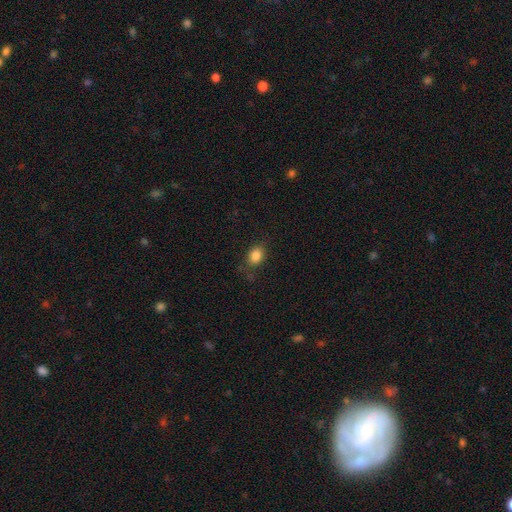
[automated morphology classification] Smooth or featured? smooth (84%)
How rounded? in between (59%)
Merging? none (77%)